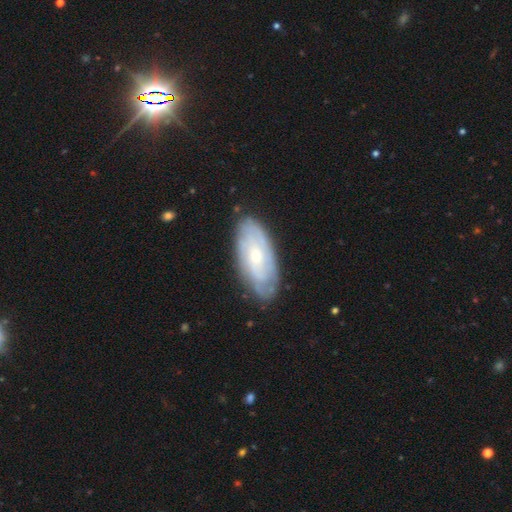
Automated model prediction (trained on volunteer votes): Smooth or featured: featured or disk — 65% (smooth — 29%)
Edge-on disk: no — 90% (yes — 10%)
Bar: no — 71% (weak — 25%)
Spiral arms: yes — 81% (no — 19%)
Bulge size: small — 57% (moderate — 38%)
Merging: none — 79% (minor disturbance — 16%)